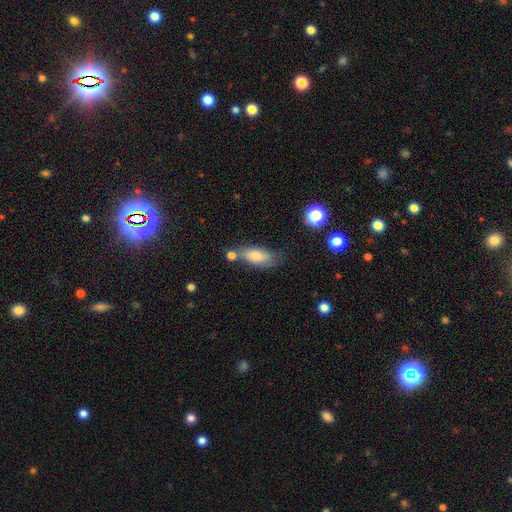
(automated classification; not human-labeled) smooth_or_featured: smooth (p=0.75) [alt: featured or disk p=0.16]
how_rounded: in between (p=0.79) [alt: cigar-shaped p=0.18]
merging: none (p=0.61) [alt: minor disturbance p=0.20]